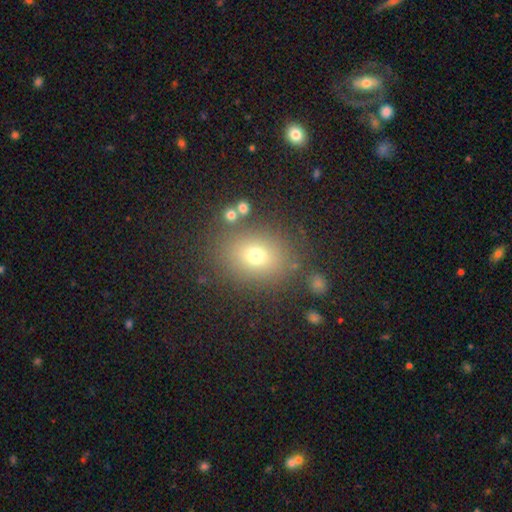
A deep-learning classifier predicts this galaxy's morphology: The model was most divided on "how rounded": round: 52%, in between: 47%, cigar-shaped: 1%. More confident: merging — none (81%); smooth or featured — smooth (71%).